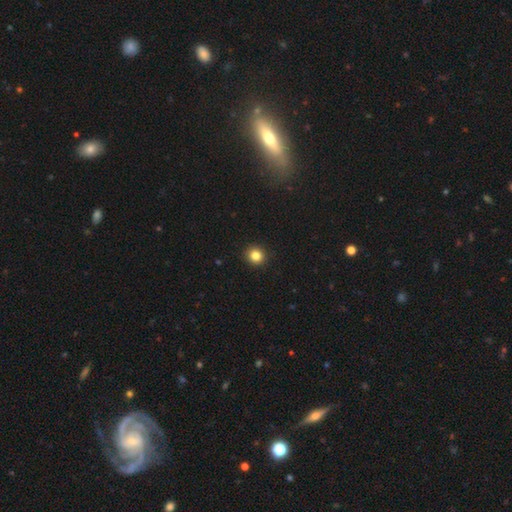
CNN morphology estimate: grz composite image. It shows a smooth galaxy with no disk features (84%) that is round (90%). Merging: none (93%).